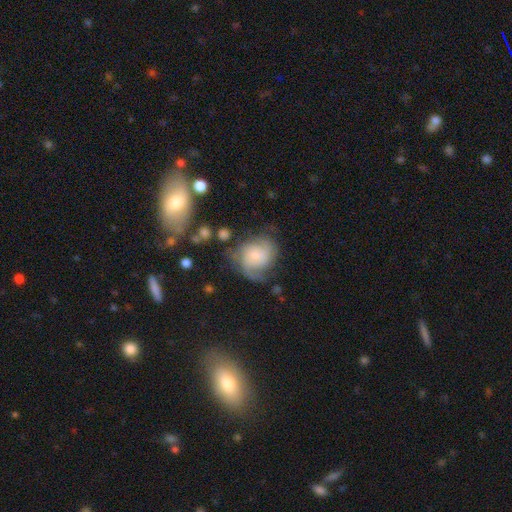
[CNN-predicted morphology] smooth-or-featured: featured or disk: 63% | smooth: 30% | star or artifact: 8%
  disk-edge-on: no: 98% | yes: 2%
    bar: no: 62% | weak: 33% | strong: 5%
    has-spiral-arms: yes: 89% | no: 11%
      spiral-winding: medium: 43% | tight: 37% | loose: 20%
      spiral-arm-count: 2: 49% | can't tell: 25% | 3: 13% | 1: 6% | 4: 4% | more than 4: 3%
    bulge-size: small: 57% | moderate: 30% | none: 7% | large: 5% | dominant: 2%
  merging: none: 54% | minor disturbance: 25% | major disturbance: 17% | merger: 4%